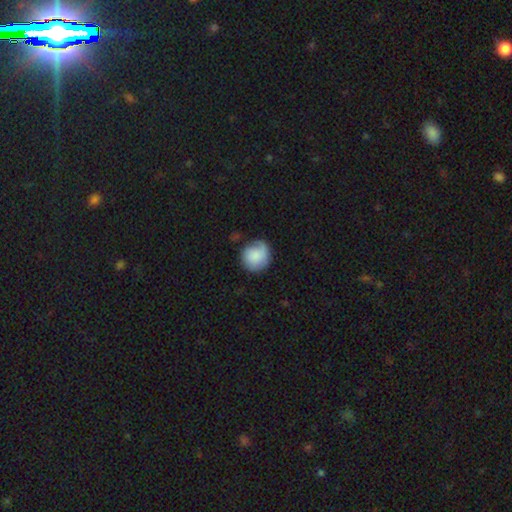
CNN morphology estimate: Smooth or featured? smooth (72%)
How rounded? round (86%)
Merging? none (64%)